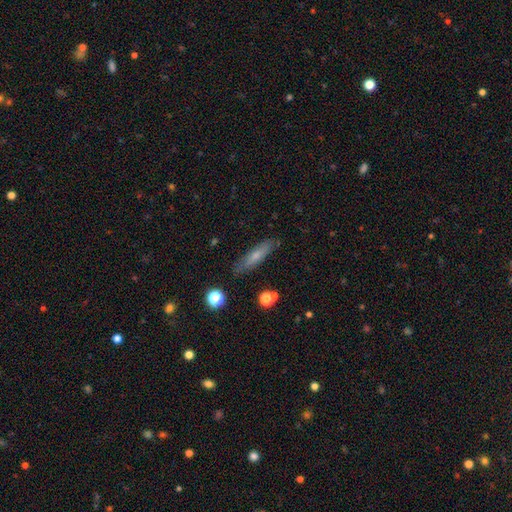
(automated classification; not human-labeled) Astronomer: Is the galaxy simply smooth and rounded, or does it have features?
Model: smooth — 61%.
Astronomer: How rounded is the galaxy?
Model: cigar-shaped — 77%.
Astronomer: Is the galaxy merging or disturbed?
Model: none — 83%.